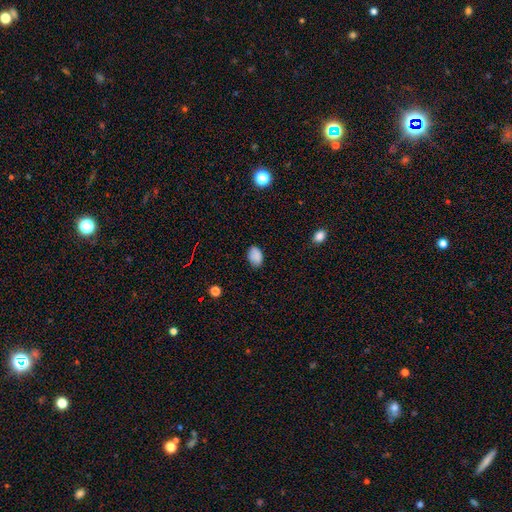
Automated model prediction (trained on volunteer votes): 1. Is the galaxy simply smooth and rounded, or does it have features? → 86% smooth, 10% star or artifact, 5% featured or disk.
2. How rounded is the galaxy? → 85% in between, 14% round, 1% cigar-shaped.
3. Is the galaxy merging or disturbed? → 79% none, 17% minor disturbance, 3% major disturbance, 1% merger.